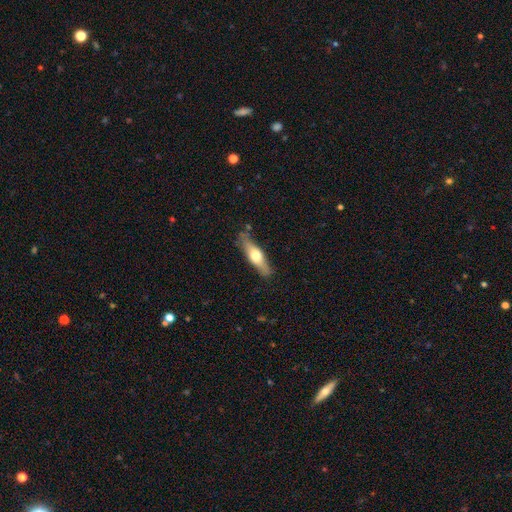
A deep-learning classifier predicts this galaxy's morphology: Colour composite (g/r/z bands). It shows a featured or disk galaxy (49%). Merging: none (80%).